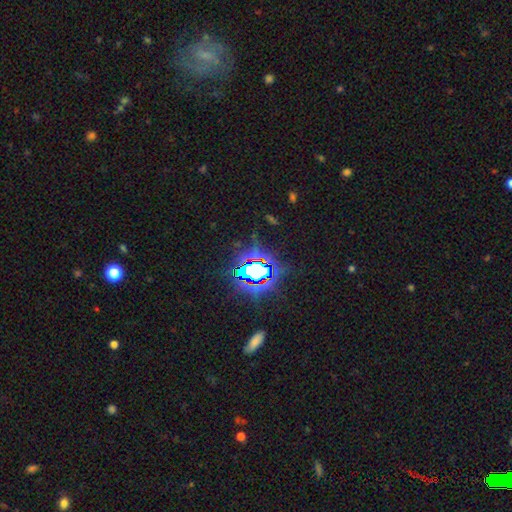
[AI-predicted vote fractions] This appears to be a star or artifact, not a galaxy (77%).